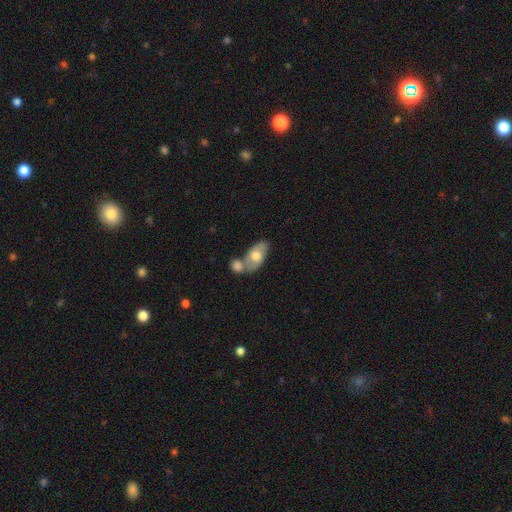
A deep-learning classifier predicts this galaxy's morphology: smooth 61%, featured or disk 33%, star or artifact 6%. Down the decision tree: how rounded — in between (90%); merging — merger (44%).